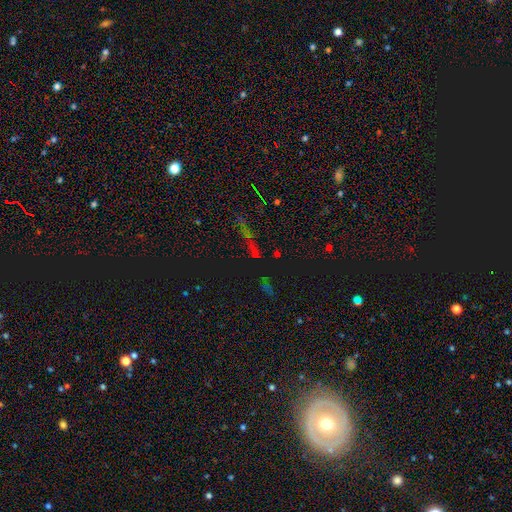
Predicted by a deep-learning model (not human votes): This is likely a star or artifact rather than a galaxy (64%).